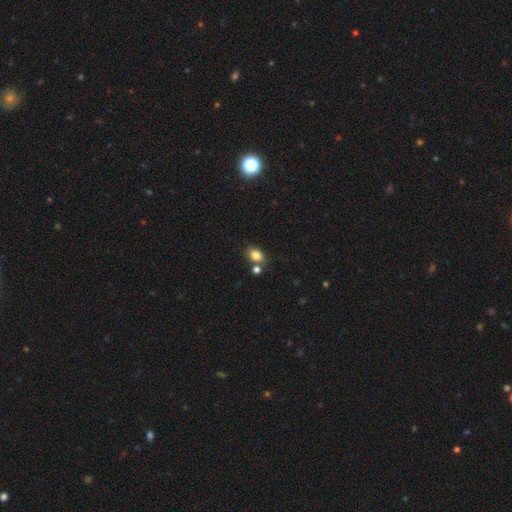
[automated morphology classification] The model was most divided on "merging": none: 63%, merger: 19%, minor disturbance: 14%, major disturbance: 4%. More confident: smooth or featured — smooth (82%); how rounded — in between (75%).